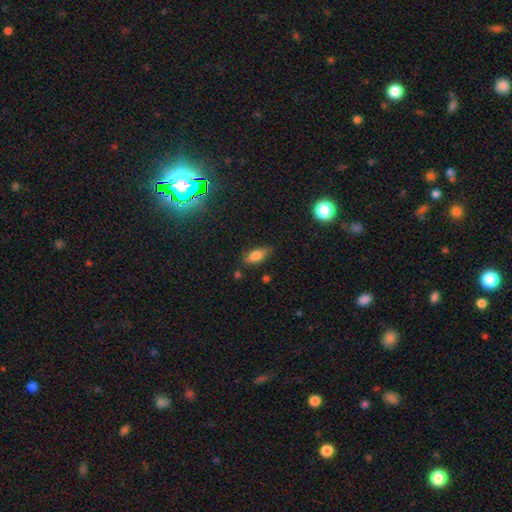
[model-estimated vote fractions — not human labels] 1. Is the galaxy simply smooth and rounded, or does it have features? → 75% smooth, 15% featured or disk, 10% star or artifact.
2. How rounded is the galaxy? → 80% in between, 16% cigar-shaped, 4% round.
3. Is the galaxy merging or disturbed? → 77% none, 16% minor disturbance, 3% major disturbance, 3% merger.